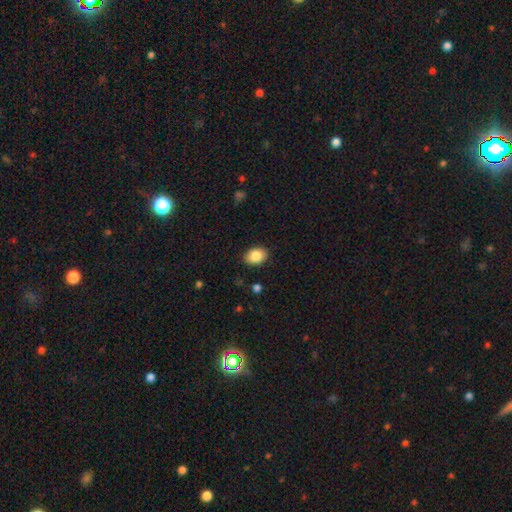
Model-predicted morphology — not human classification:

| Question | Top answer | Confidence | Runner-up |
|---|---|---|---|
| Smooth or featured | smooth | 86% | star or artifact (8%) |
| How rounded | in between | 75% | round (24%) |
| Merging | none | 88% | minor disturbance (9%) |